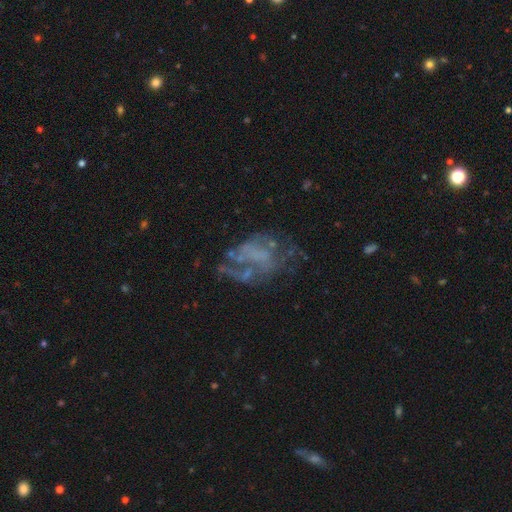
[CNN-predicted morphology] featured or disk 65%, smooth 19%, star or artifact 16%. Down the decision tree: edge-on disk — no (97%); bar — no (79%); spiral arms — no (70%); bulge size — none (74%); merging — none (39%).